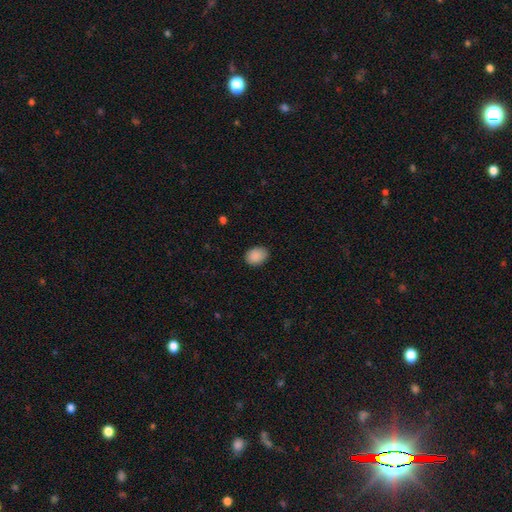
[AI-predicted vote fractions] Morphology: type=smooth (90%); roundness=in between (68%); merging=none (84%).